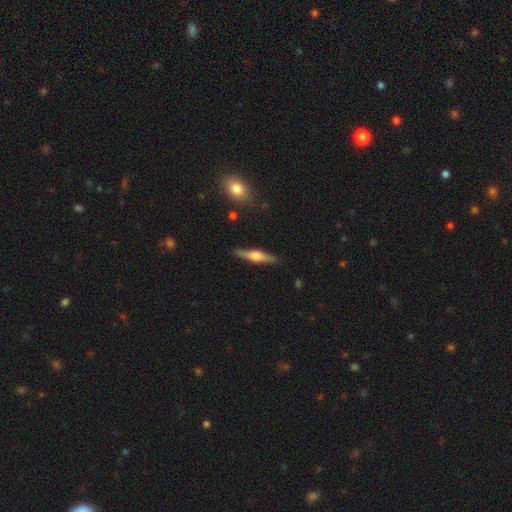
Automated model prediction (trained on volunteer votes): A featured or disk galaxy (66%) viewed edge-on (97%) with a rounded central bulge (88%). Merging: none (89%).